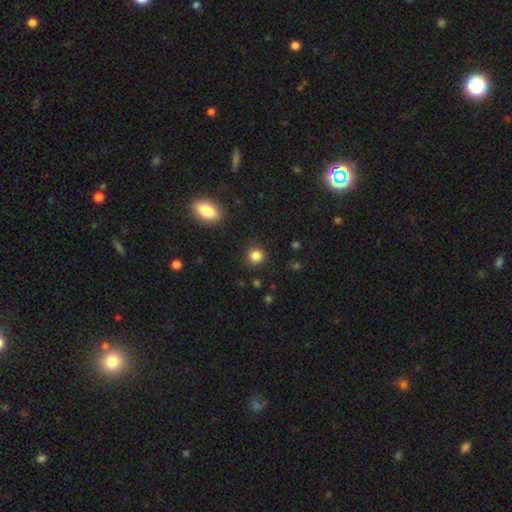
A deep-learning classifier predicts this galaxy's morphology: Smooth or featured? smooth (84%)
How rounded? round (90%)
Merging? none (88%)